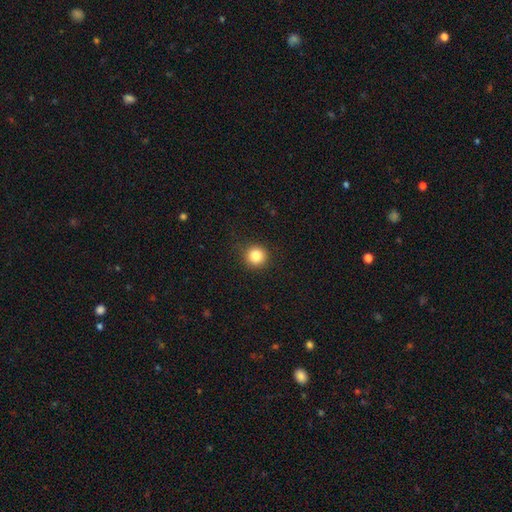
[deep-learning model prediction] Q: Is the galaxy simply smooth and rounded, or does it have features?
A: smooth — 84%.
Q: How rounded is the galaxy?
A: round — 94%.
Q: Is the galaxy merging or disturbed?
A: none — 90%.